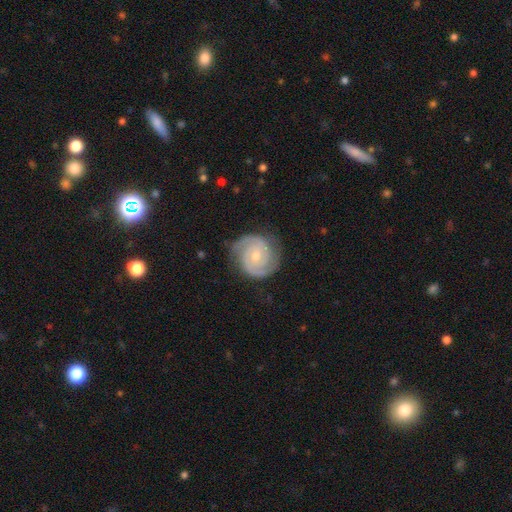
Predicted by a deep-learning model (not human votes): Smooth or featured? Predicted: featured or disk (p=0.89). Edge-on disk? Predicted: no (p=0.98). Bar? Predicted: no (p=0.66). Spiral arms? Predicted: yes (p=0.98). Spiral winding? Predicted: tight (p=0.71). Spiral arm count? Predicted: 2 (p=0.84). Bulge size? Predicted: small (p=0.49). Merging? Predicted: none (p=0.82).